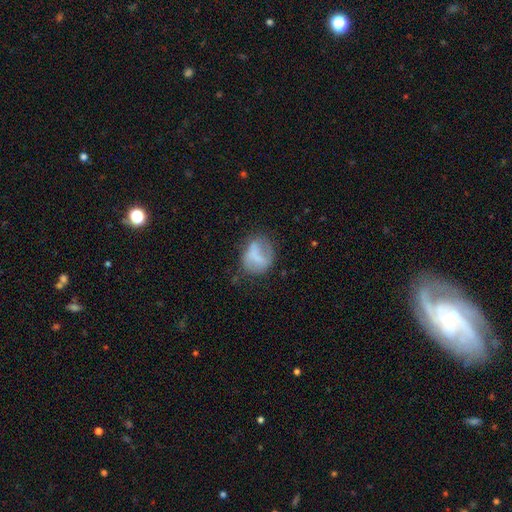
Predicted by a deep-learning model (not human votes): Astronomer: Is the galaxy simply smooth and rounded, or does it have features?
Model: smooth — 60%.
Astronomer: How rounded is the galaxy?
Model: round — 52% (runner-up: in between, 47%).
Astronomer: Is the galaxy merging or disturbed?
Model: none — 47% (runner-up: minor disturbance, 28%).